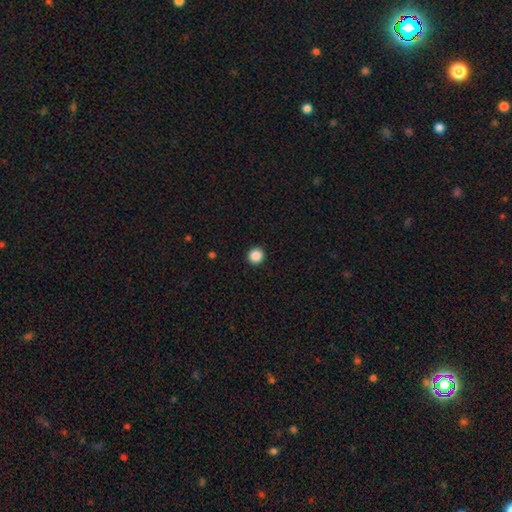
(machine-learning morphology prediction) This appears to be a smooth galaxy with no disk features (88%) that is round (93%). Merging: none (93%).